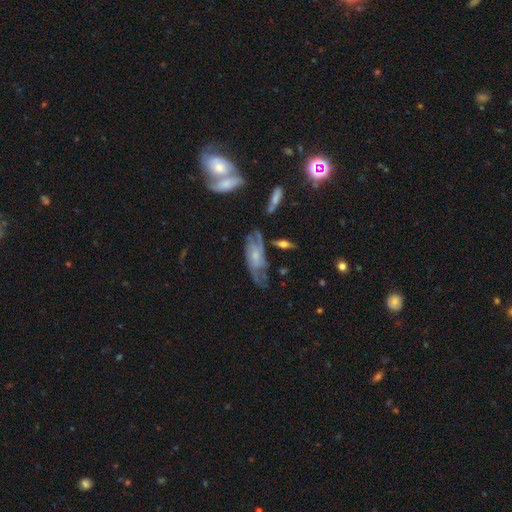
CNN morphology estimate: A featured or disk galaxy (63%) with no bar (72%), spiral arms (77%) and a small central bulge (54%). Merging: none (51%).